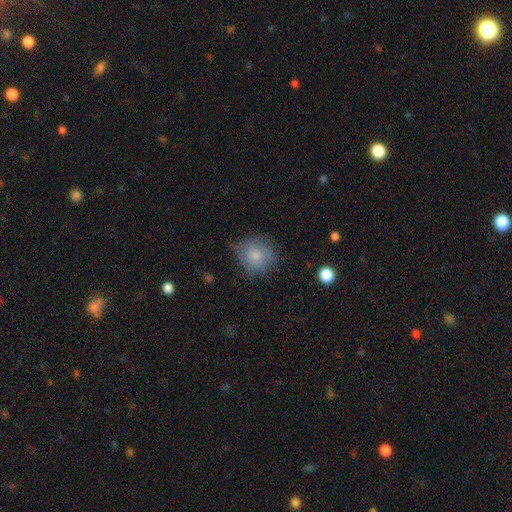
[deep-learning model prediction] This appears to be a smooth galaxy with no disk features (73%) that is round (83%). Merging: none (58%).